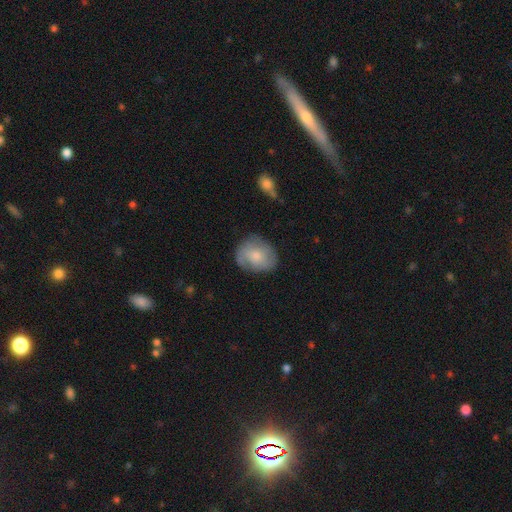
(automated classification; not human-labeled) Q: Smooth or featured?
A: smooth (62%); runner-up: featured or disk (31%)
Q: How rounded?
A: round (59%); runner-up: in between (40%)
Q: Merging?
A: none (69%); runner-up: minor disturbance (23%)